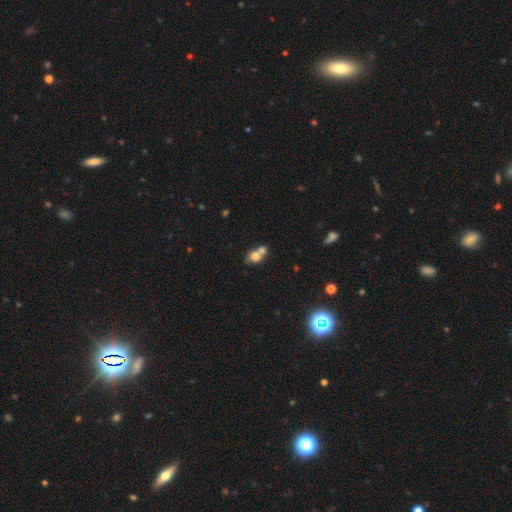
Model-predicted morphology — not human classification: Smooth or featured? smooth (71%)
How rounded? round (60%)
Merging? merger (58%)